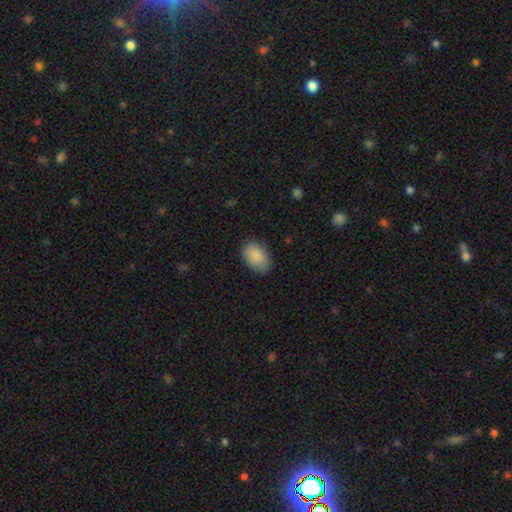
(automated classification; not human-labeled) A smooth galaxy with no disk features (89%) that is in between round and cigar-shaped (86%). Merging: none (81%).